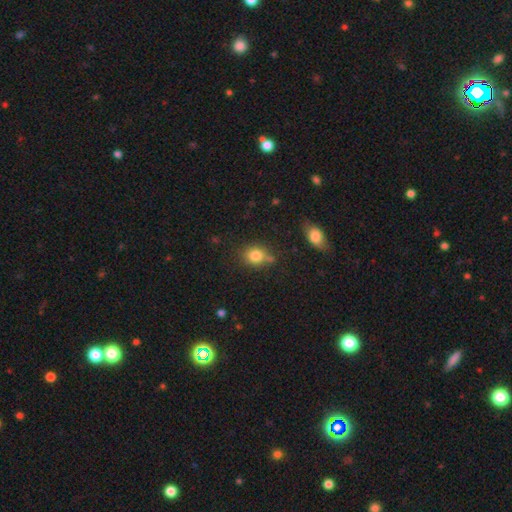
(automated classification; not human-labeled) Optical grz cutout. It shows a smooth galaxy with no disk features (82%) that is round (62%). Merging: none (68%).